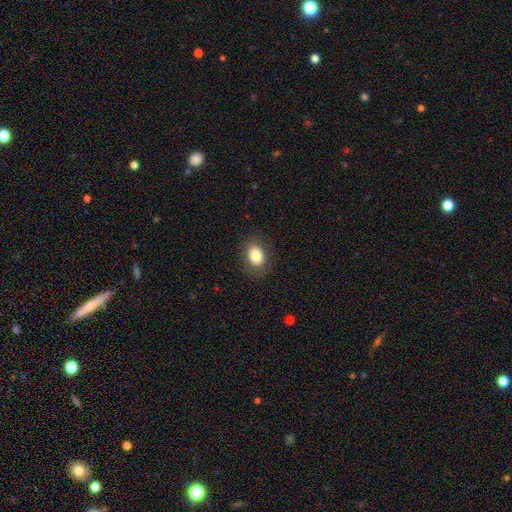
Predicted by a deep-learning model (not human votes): A smooth galaxy with no disk features (81%) that is in between round and cigar-shaped (61%).

Vote fractions:
- Smooth or featured? smooth: 81% / featured or disk: 10% / star or artifact: 9%
- How rounded? in between: 61% / round: 38% / cigar-shaped: 1%
- Merging? none: 85% / minor disturbance: 10% / major disturbance: 4% / merger: 1%